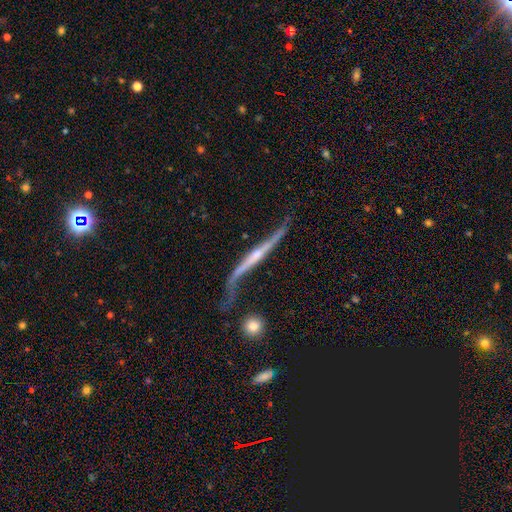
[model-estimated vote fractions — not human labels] The model was most divided on "merging": none: 45%, minor disturbance: 27%, major disturbance: 20%, merger: 8%. More confident: smooth or featured — featured or disk (83%); edge-on disk — yes (77%); edge-on bulge — rounded (59%).